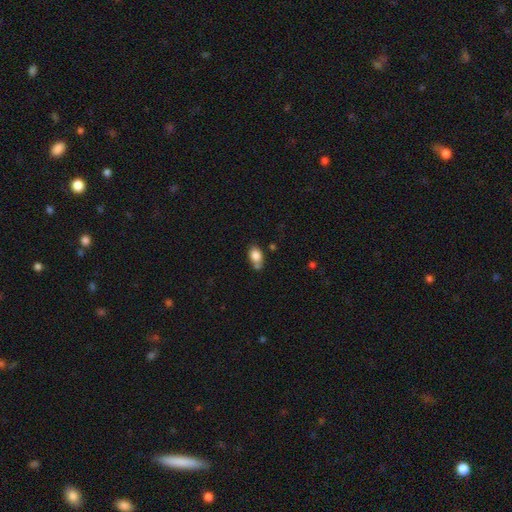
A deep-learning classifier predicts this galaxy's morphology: type=smooth (83%); roundness=in between (80%); merging=none (50%).